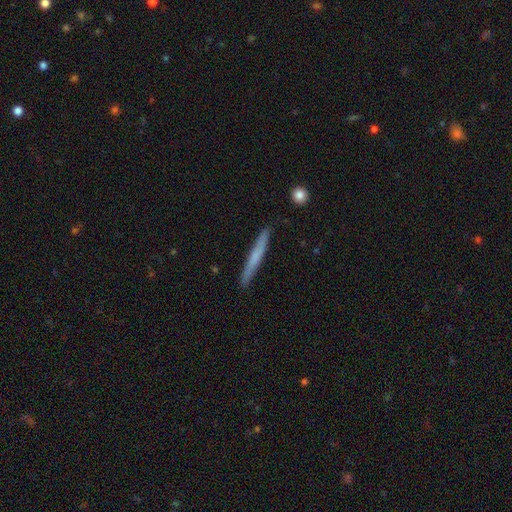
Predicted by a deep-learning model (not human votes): Overall: smooth (57%; featured or disk 37%). How rounded: cigar-shaped (97%). Merging: none (90%).